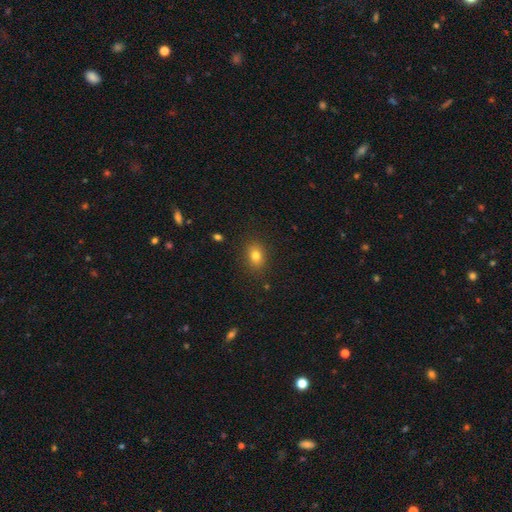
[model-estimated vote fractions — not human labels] Smooth or featured? smooth (80%)
How rounded? in between (61%)
Merging? none (87%)